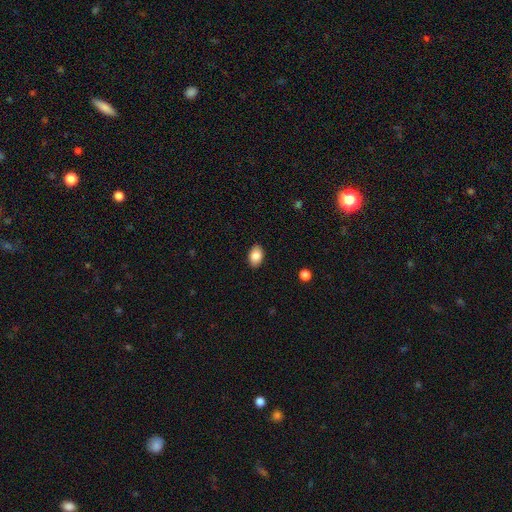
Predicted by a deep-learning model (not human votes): A smooth galaxy with no disk features (86%) that is in between round and cigar-shaped (85%). Merging: none (89%).